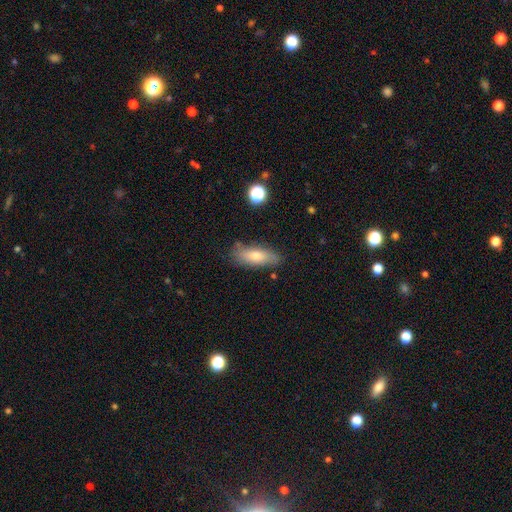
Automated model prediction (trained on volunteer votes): Smooth or featured? Predicted: smooth (p=0.73). How rounded? Predicted: in between (p=0.68). Merging? Predicted: none (p=0.80).